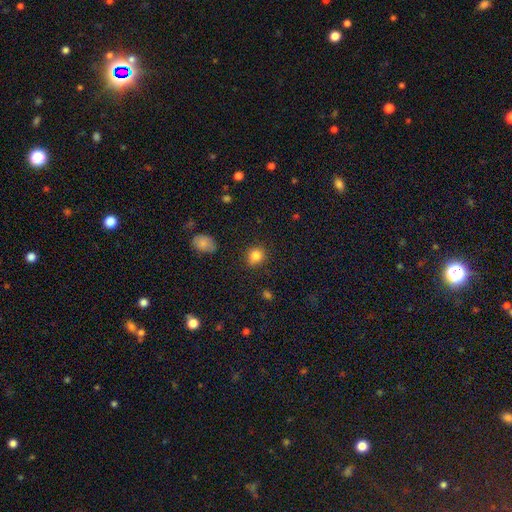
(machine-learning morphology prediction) Smooth or featured: smooth — 82% (star or artifact — 12%)
How rounded: round — 77% (in between — 22%)
Merging: none — 79% (minor disturbance — 15%)